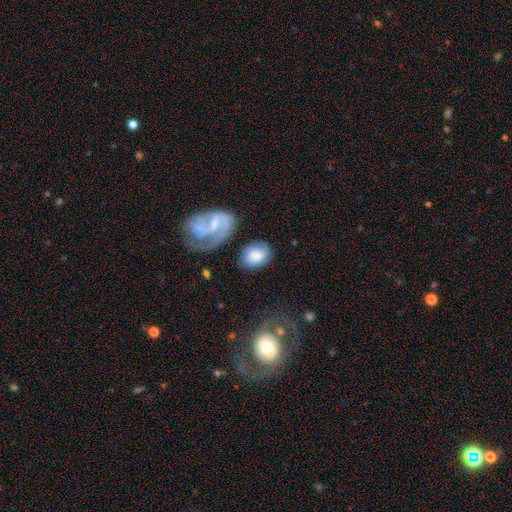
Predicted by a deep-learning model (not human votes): Morphology: type=smooth (72%); roundness=in between (71%); merging=none (62%).